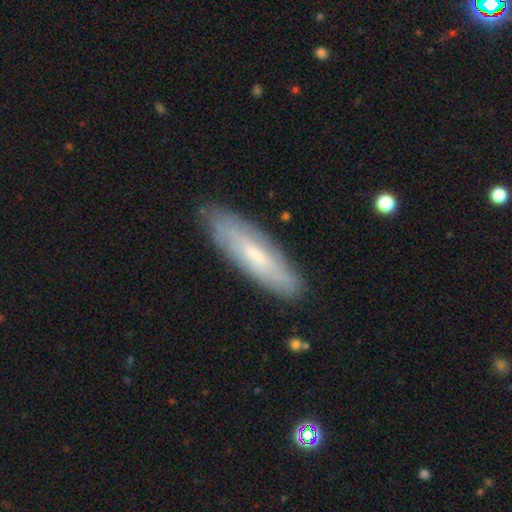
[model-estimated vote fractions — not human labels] This appears to be a smooth galaxy with no disk features (51%) that is cigar-shaped (60%). Merging: none (83%).